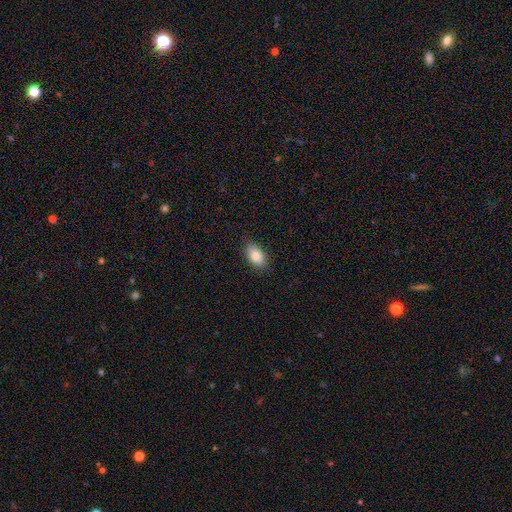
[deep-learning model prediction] A smooth galaxy with no disk features (84%) that is in between round and cigar-shaped (92%). Merging: none (84%).